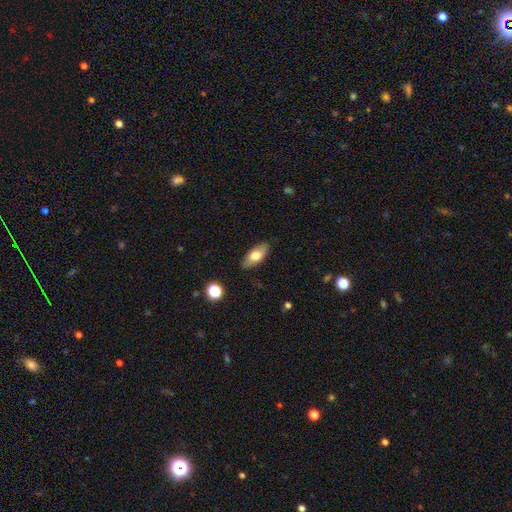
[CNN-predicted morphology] Smooth or featured: smooth — 70% (featured or disk — 23%)
How rounded: in between — 86% (cigar-shaped — 10%)
Merging: none — 86% (minor disturbance — 11%)